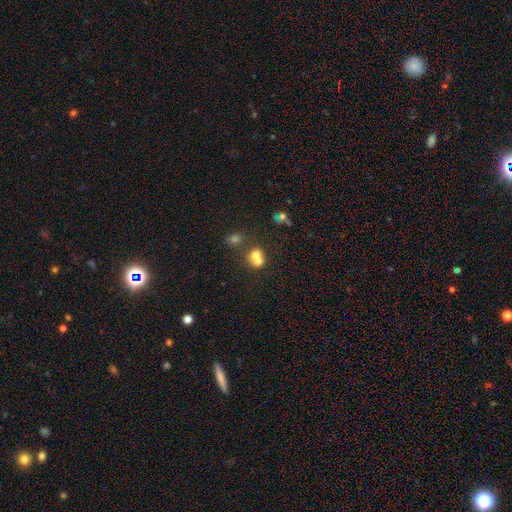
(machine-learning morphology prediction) Smooth or featured: smooth — 68% (featured or disk — 19%)
How rounded: round — 62% (in between — 37%)
Merging: merger — 61% (none — 26%)